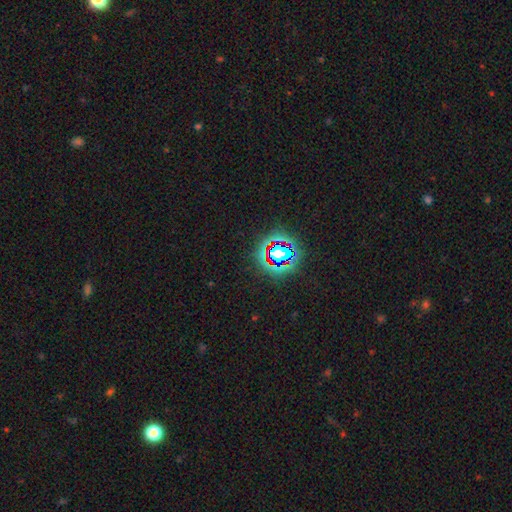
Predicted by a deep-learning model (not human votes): Smooth or featured? star or artifact (80%)